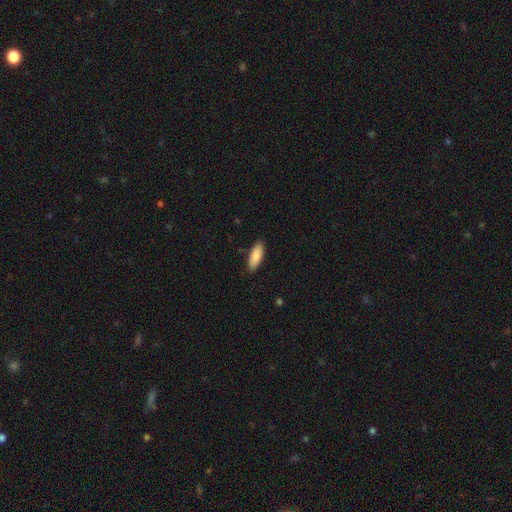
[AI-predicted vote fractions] Q: Smooth or featured?
A: smooth (87%); runner-up: featured or disk (7%)
Q: How rounded?
A: in between (68%); runner-up: cigar-shaped (31%)
Q: Merging?
A: none (87%); runner-up: minor disturbance (10%)